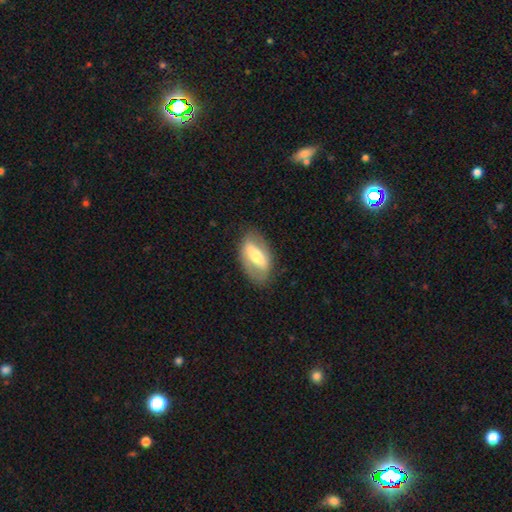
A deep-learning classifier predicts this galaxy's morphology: Smooth or featured? Predicted: featured or disk (p=0.51). Edge-on disk? Predicted: no (p=0.77). Merging? Predicted: none (p=0.79).